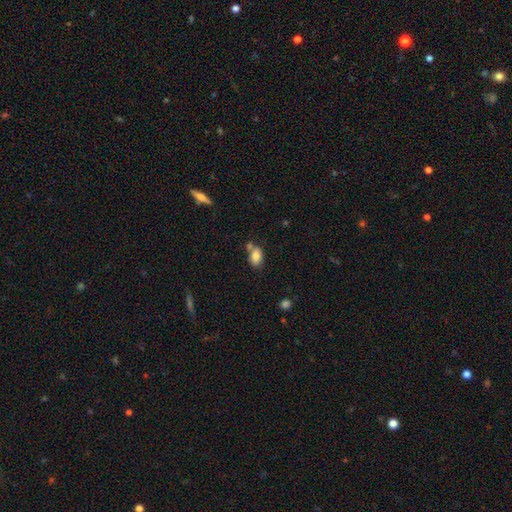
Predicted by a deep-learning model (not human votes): smooth-or-featured: smooth: 82% | featured or disk: 10% | star or artifact: 9%
  how-rounded: in between: 88% | round: 10% | cigar-shaped: 2%
  merging: none: 57% | merger: 23% | minor disturbance: 16% | major disturbance: 5%